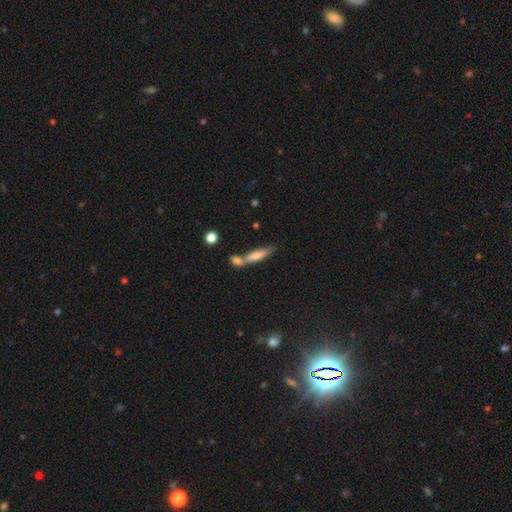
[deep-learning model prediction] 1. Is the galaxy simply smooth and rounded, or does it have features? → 65% smooth, 27% featured or disk, 8% star or artifact.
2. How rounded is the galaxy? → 79% cigar-shaped, 18% in between, 2% round.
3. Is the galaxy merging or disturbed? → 47% none, 37% merger, 11% minor disturbance, 4% major disturbance.